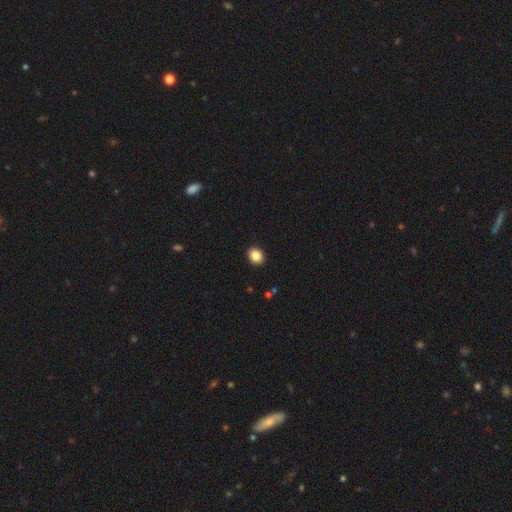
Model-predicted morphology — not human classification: smooth 86%, star or artifact 9%, featured or disk 5%. Down the decision tree: how rounded — round (55%); merging — none (92%).